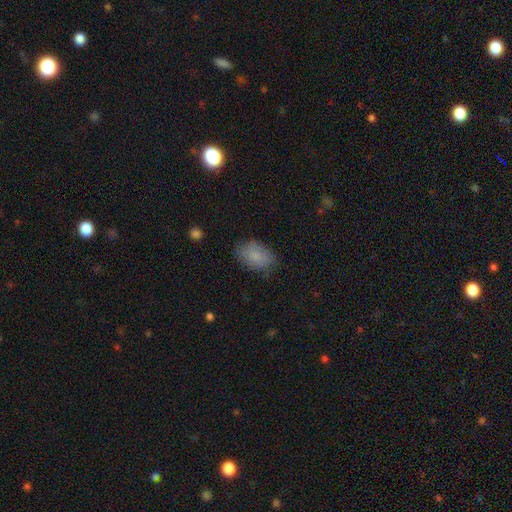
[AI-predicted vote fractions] Overall: smooth (81%). How rounded: in between (85%). Merging: none (74%).